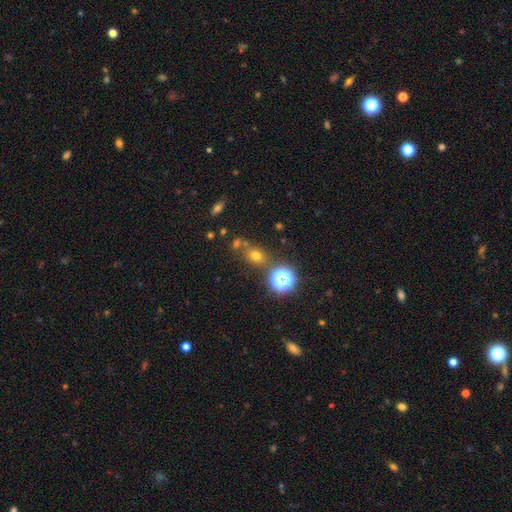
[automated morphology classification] smooth-or-featured: smooth: 64% | star or artifact: 26% | featured or disk: 11%
  how-rounded: round: 63% | in between: 35% | cigar-shaped: 2%
  merging: none: 70% | merger: 13% | minor disturbance: 12% | major disturbance: 5%